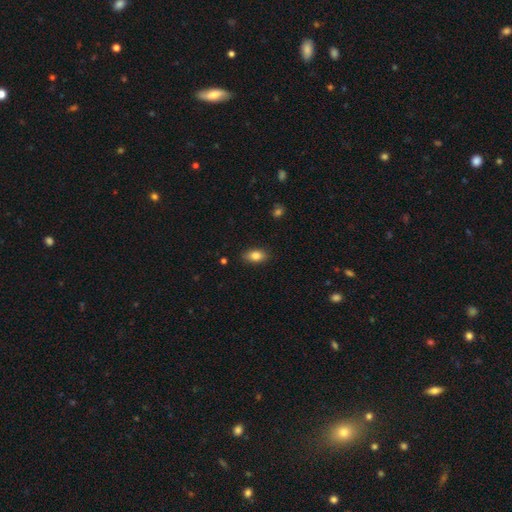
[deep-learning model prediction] A smooth galaxy with no disk features (83%) that is in between round and cigar-shaped (88%).

Vote fractions:
- Smooth or featured? smooth: 83% / featured or disk: 9% / star or artifact: 8%
- How rounded? in between: 88% / round: 8% / cigar-shaped: 4%
- Merging? none: 86% / minor disturbance: 10% / major disturbance: 2% / merger: 1%